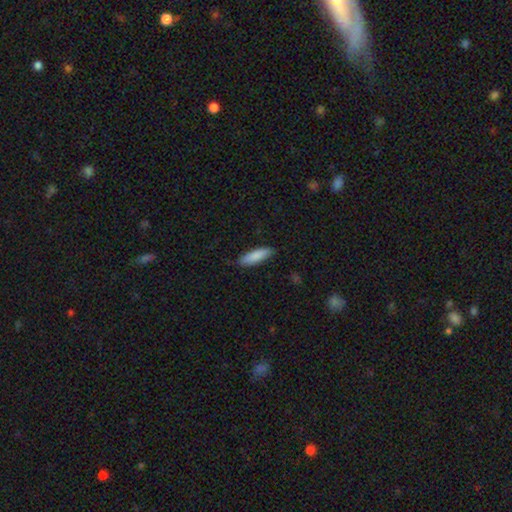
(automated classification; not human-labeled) A smooth galaxy with no disk features (86%) that is cigar-shaped (57%).

Vote fractions:
- Smooth or featured? smooth: 86% / featured or disk: 8% / star or artifact: 5%
- How rounded? cigar-shaped: 57% / in between: 42% / round: 1%
- Merging? none: 84% / minor disturbance: 13% / major disturbance: 2% / merger: 1%